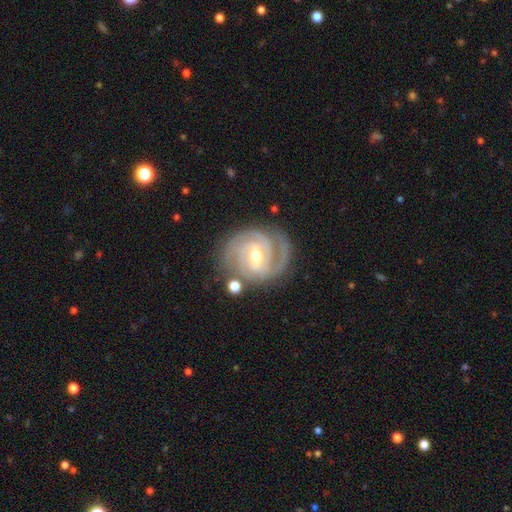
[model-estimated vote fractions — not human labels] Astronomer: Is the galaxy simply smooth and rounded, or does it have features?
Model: featured or disk — 92%.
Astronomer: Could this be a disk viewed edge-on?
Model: no — 98%.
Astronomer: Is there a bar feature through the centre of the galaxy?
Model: weak — 51% (runner-up: strong, 32%).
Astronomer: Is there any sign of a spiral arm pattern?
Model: yes — 98%.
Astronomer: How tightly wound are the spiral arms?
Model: tight — 74%.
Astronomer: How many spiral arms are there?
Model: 3 — 38% (runner-up: 2, 35%).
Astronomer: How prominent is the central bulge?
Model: moderate — 60% (runner-up: small, 36%).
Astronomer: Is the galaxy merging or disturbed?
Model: none — 78%.